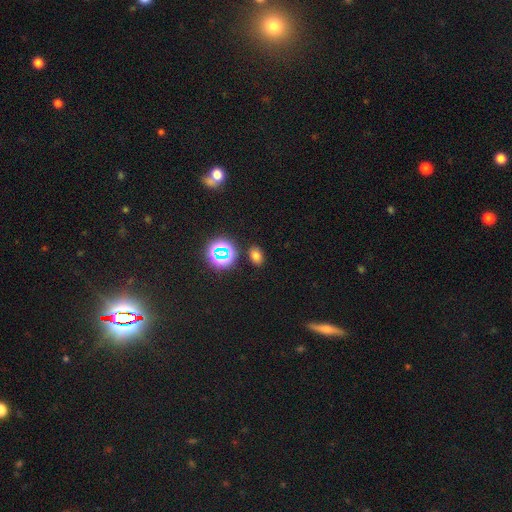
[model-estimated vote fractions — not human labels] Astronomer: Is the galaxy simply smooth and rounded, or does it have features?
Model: smooth — 68%.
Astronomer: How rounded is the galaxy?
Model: in between — 77%.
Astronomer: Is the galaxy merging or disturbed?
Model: none — 85%.